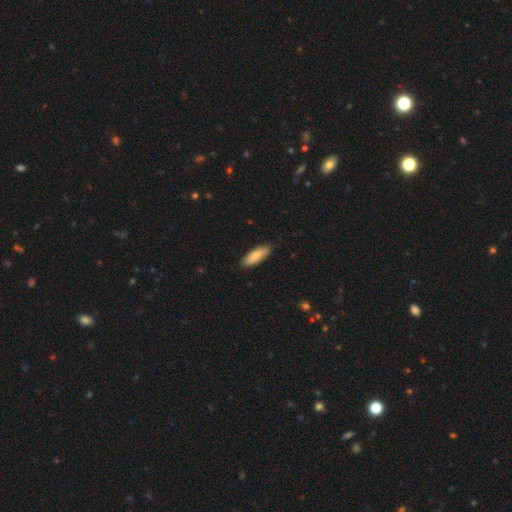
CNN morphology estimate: Smooth or featured? Predicted: smooth (p=0.84). How rounded? Predicted: in between (p=0.63). Merging? Predicted: none (p=0.86).